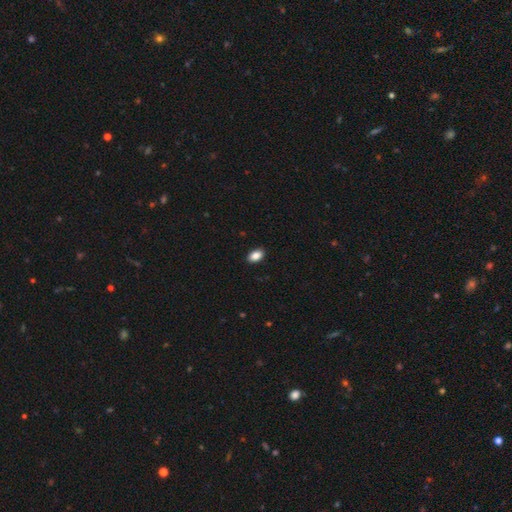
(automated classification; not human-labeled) smooth 87%, star or artifact 8%, featured or disk 5%. Down the decision tree: how rounded — in between (90%); merging — none (90%).